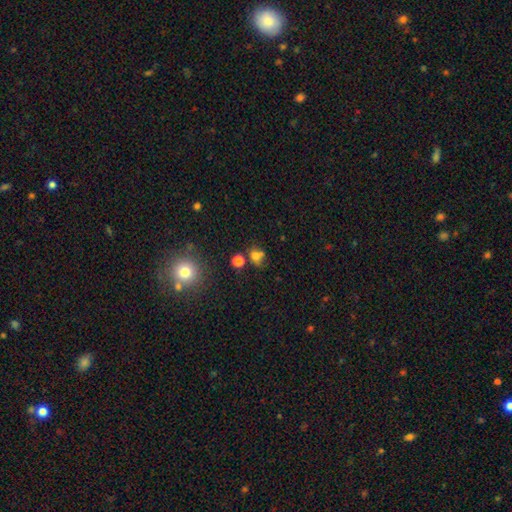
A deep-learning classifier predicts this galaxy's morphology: Smooth or featured?
  - smooth: 66% *
  - star or artifact: 22%
  - featured or disk: 12%
How rounded?
  - round: 60% *
  - in between: 39%
  - cigar-shaped: 2%
Merging?
  - none: 45% *
  - merger: 27%
  - minor disturbance: 17%
  - major disturbance: 11%